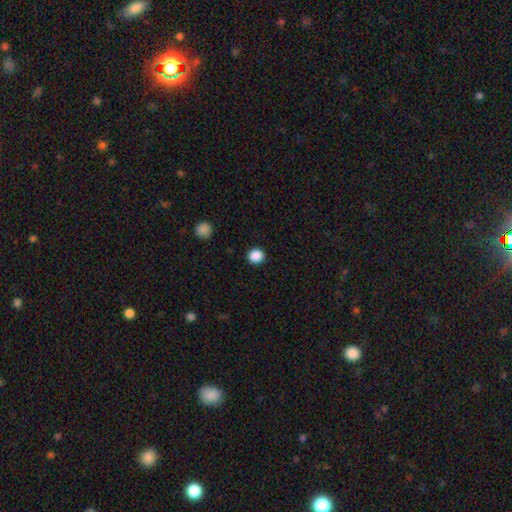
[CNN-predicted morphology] Smooth or featured?
  - smooth: 88% *
  - star or artifact: 10%
  - featured or disk: 2%
How rounded?
  - round: 89% *
  - in between: 10%
  - cigar-shaped: 1%
Merging?
  - none: 92% *
  - minor disturbance: 5%
  - major disturbance: 2%
  - merger: 1%